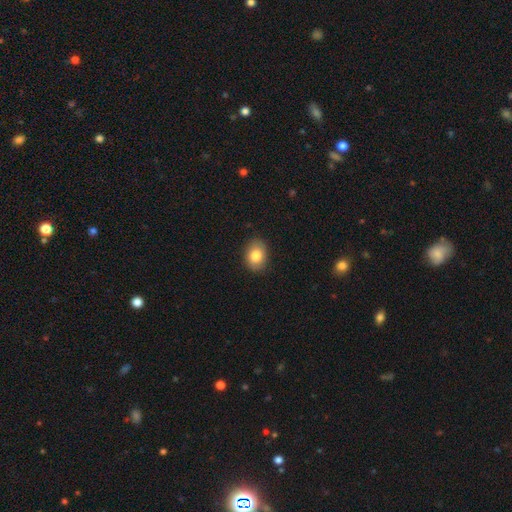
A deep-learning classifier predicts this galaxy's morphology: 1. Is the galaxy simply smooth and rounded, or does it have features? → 84% smooth, 9% featured or disk, 7% star or artifact.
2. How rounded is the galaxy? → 67% in between, 32% round, 1% cigar-shaped.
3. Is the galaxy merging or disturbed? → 85% none, 11% minor disturbance, 2% major disturbance, 1% merger.